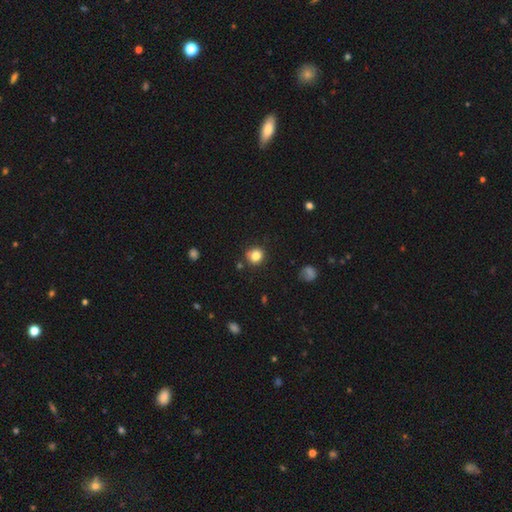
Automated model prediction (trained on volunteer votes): smooth_or_featured: smooth (p=0.82) [alt: star or artifact p=0.12]
how_rounded: round (p=0.85) [alt: in between p=0.14]
merging: none (p=0.82) [alt: minor disturbance p=0.12]